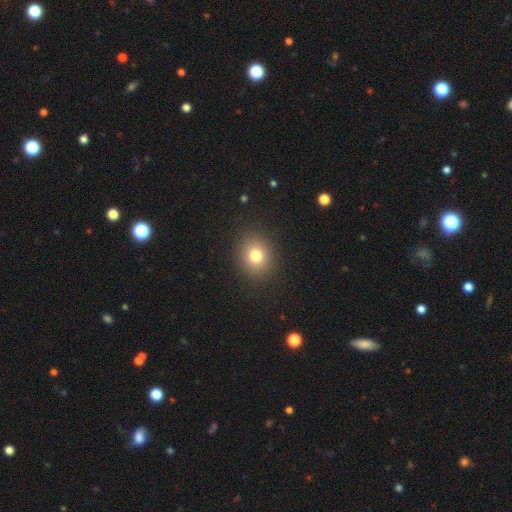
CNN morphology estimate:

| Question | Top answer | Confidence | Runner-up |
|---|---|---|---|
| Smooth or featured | smooth | 78% | star or artifact (13%) |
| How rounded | round | 68% | in between (32%) |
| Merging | none | 89% | minor disturbance (7%) |